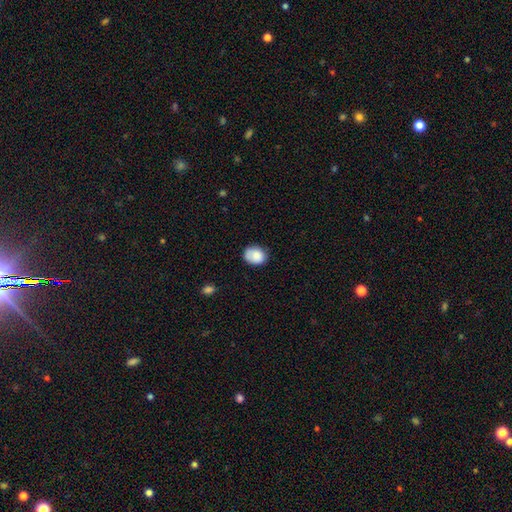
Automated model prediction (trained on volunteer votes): This appears to be a smooth galaxy with no disk features (83%) that is in between round and cigar-shaped (51%). Merging: none (69%).